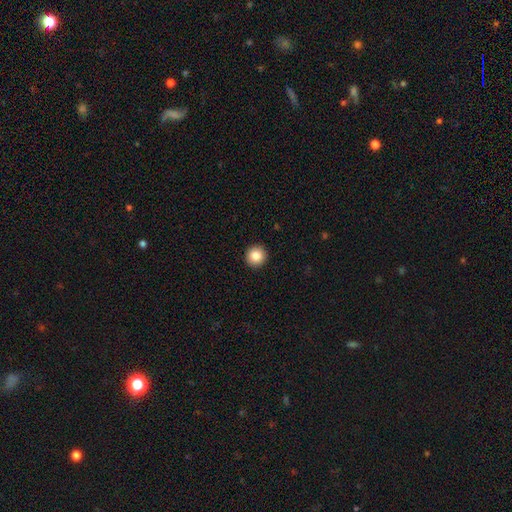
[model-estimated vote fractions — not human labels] smooth_or_featured: smooth (p=0.85) [alt: star or artifact p=0.09]
how_rounded: round (p=0.95) [alt: in between p=0.04]
merging: none (p=0.93) [alt: minor disturbance p=0.04]